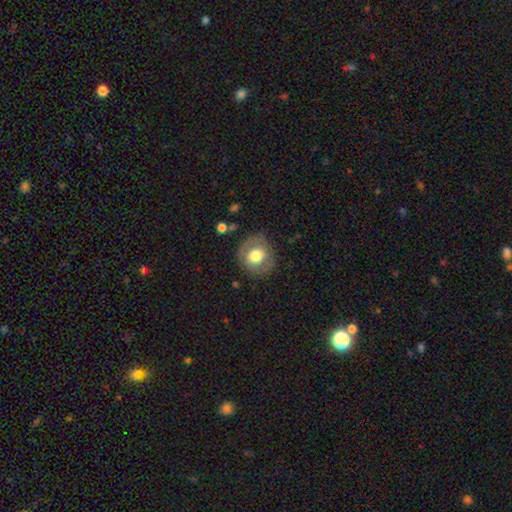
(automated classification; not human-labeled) Smooth or featured? Predicted: smooth (p=0.60). How rounded? Predicted: round (p=0.80). Merging? Predicted: none (p=0.78).